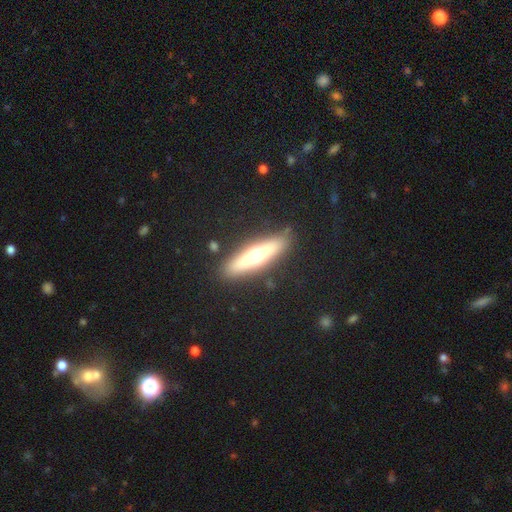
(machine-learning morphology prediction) This appears to be a featured or disk galaxy (52%) viewed edge-on (89%). Merging: none (86%).